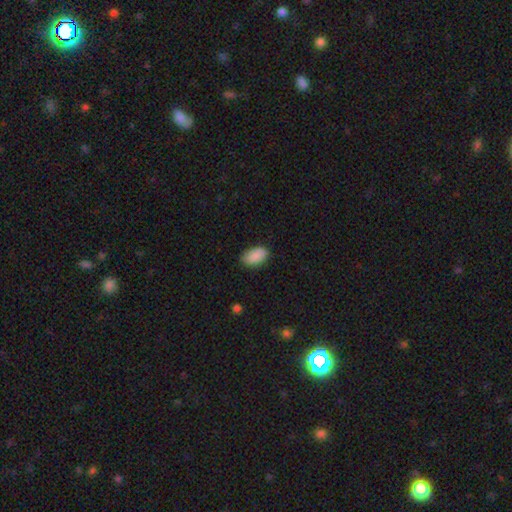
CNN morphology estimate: Smooth or featured: smooth — 88% (star or artifact — 6%)
How rounded: in between — 94% (round — 4%)
Merging: none — 83% (minor disturbance — 13%)